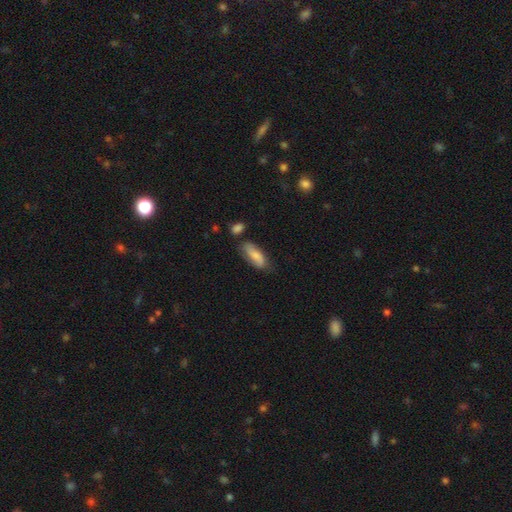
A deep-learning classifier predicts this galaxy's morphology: Smooth or featured: smooth — 67% (featured or disk — 26%)
How rounded: in between — 74% (cigar-shaped — 23%)
Merging: none — 67% (minor disturbance — 21%)